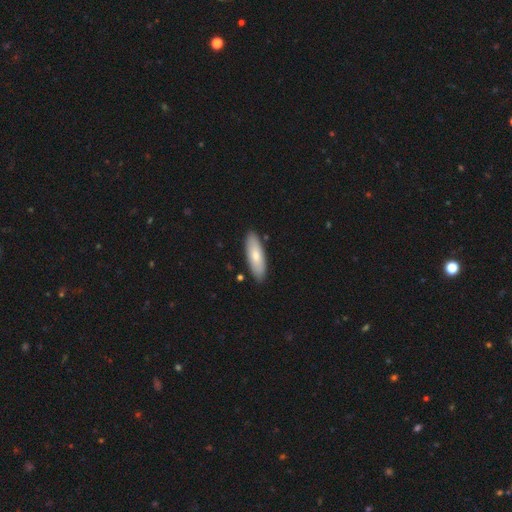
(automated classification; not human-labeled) Smooth or featured? smooth (74%)
How rounded? in between (60%)
Merging? none (88%)